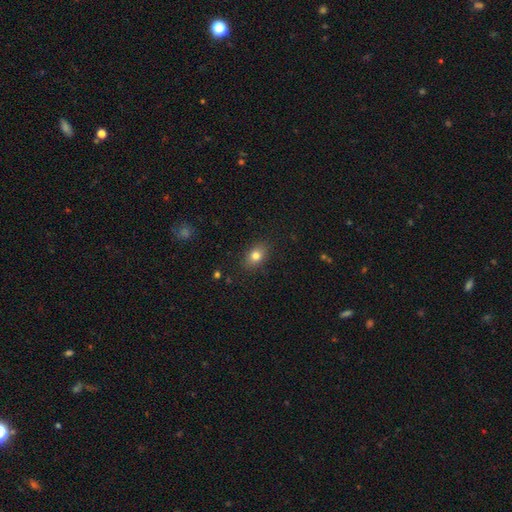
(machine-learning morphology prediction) Smooth or featured: smooth — 80% (star or artifact — 10%)
How rounded: in between — 73% (round — 25%)
Merging: none — 87% (minor disturbance — 10%)